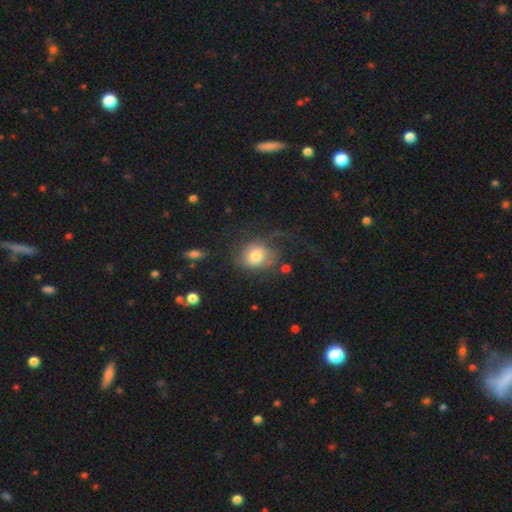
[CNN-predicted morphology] Q: Smooth or featured?
A: smooth (62%); runner-up: featured or disk (28%)
Q: How rounded?
A: round (63%); runner-up: in between (36%)
Q: Merging?
A: none (45%); runner-up: major disturbance (31%)